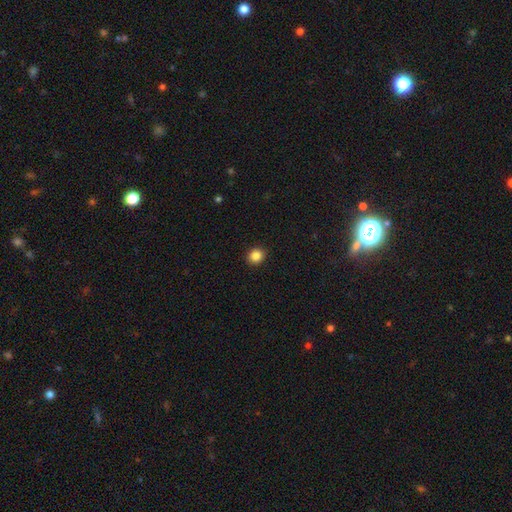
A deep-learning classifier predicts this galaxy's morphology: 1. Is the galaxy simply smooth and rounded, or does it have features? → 85% smooth, 11% star or artifact, 4% featured or disk.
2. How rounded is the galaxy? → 80% round, 19% in between, 1% cigar-shaped.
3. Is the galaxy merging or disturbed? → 92% none, 5% minor disturbance, 2% major disturbance, 1% merger.